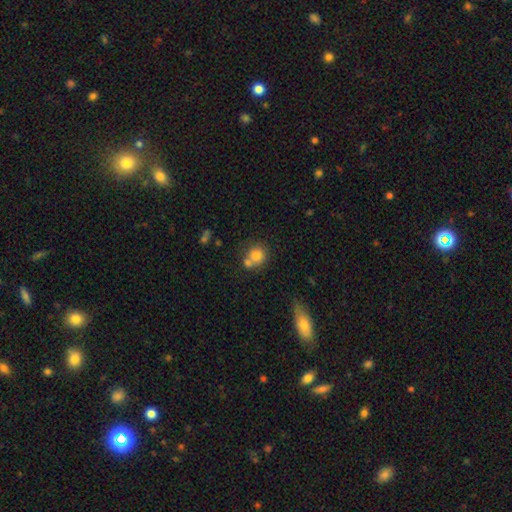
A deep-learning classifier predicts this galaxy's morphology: Smooth or featured: smooth — 78% (featured or disk — 12%)
How rounded: round — 80% (in between — 19%)
Merging: none — 46% (merger — 39%)